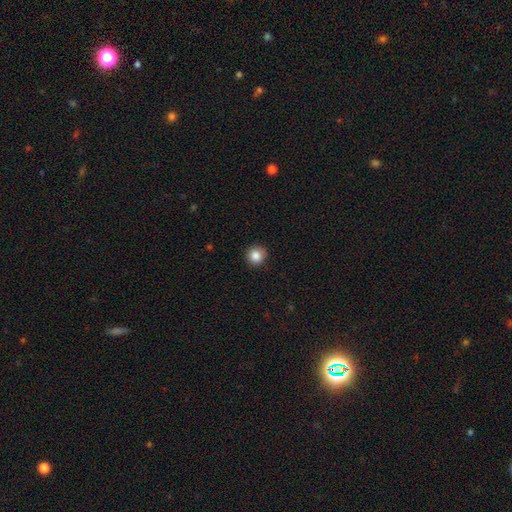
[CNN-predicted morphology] smooth_or_featured: smooth (p=0.86) [alt: star or artifact p=0.10]
how_rounded: round (p=0.92) [alt: in between p=0.07]
merging: none (p=0.89) [alt: minor disturbance p=0.08]